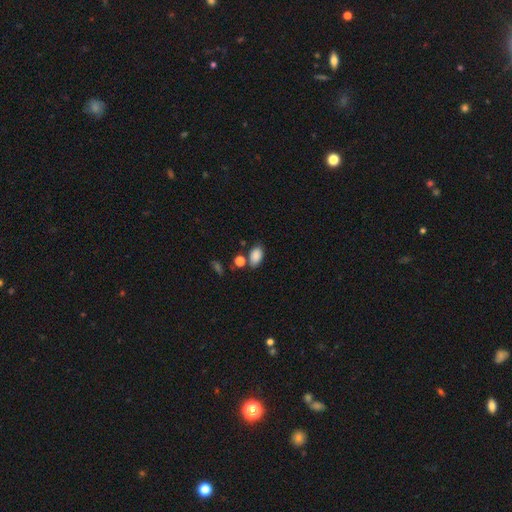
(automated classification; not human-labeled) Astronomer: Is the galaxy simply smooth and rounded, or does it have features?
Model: smooth — 86%.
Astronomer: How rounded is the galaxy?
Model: in between — 89%.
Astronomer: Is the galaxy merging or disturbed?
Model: none — 69%.